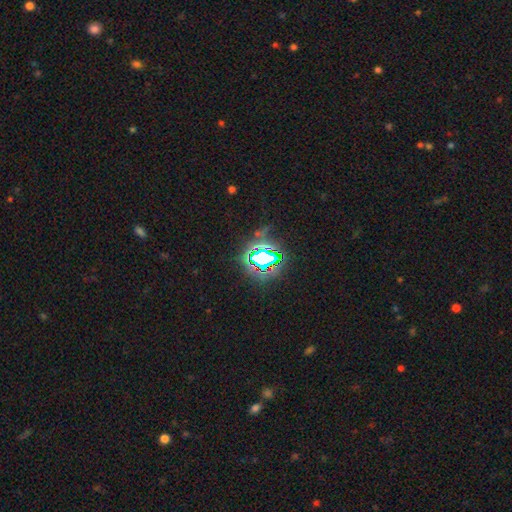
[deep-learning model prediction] smooth_or_featured: star or artifact (p=0.72) [alt: smooth p=0.17]